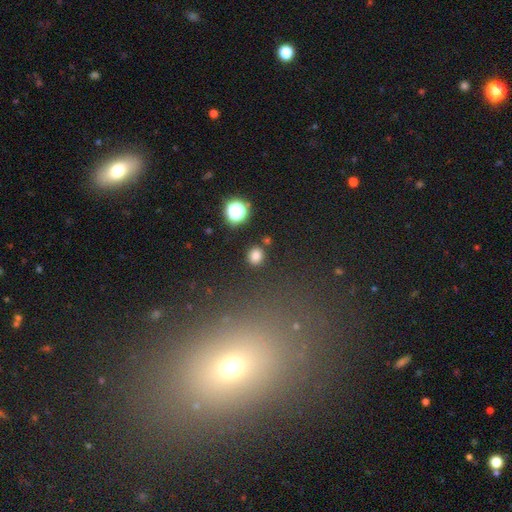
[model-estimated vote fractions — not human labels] The model was most divided on "how rounded": round: 72%, in between: 27%, cigar-shaped: 1%. More confident: merging — none (85%); smooth or featured — smooth (81%).